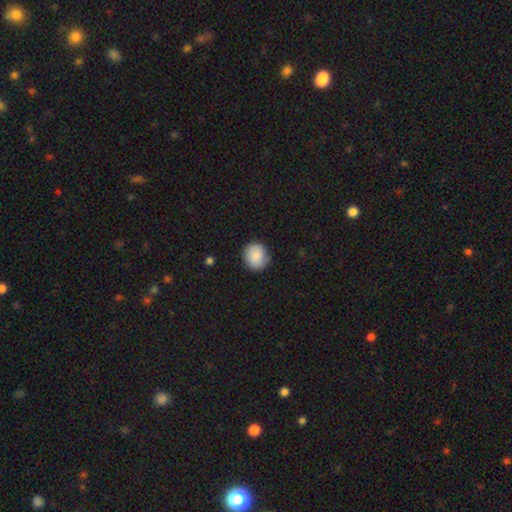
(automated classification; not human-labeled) Smooth or featured? Predicted: smooth (p=0.88). How rounded? Predicted: round (p=0.86). Merging? Predicted: none (p=0.87).